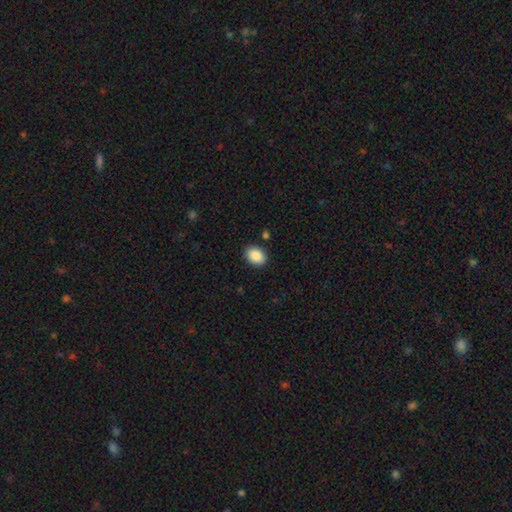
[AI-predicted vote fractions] Smooth or featured? smooth (89%)
How rounded? in between (72%)
Merging? none (88%)